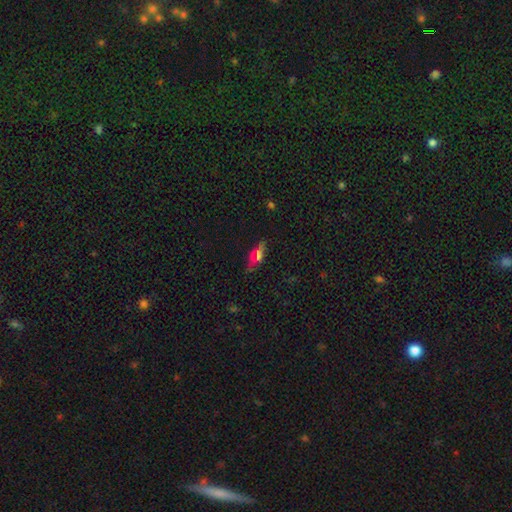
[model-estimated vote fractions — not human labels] Morphology: type=smooth (50%); merging=none (77%).